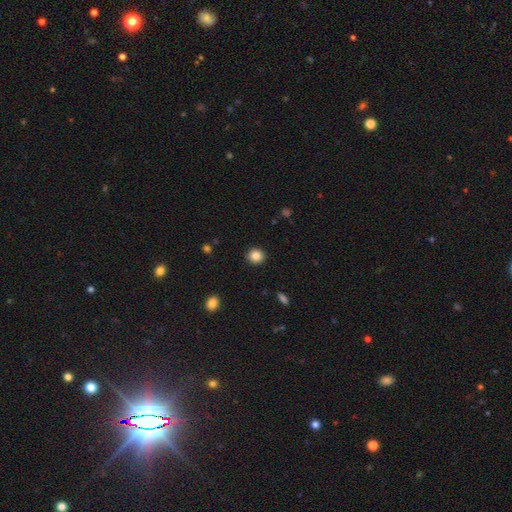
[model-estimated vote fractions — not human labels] The model was most divided on "how rounded": round: 85%, in between: 14%, cigar-shaped: 1%. More confident: merging — none (91%); smooth or featured — smooth (85%).